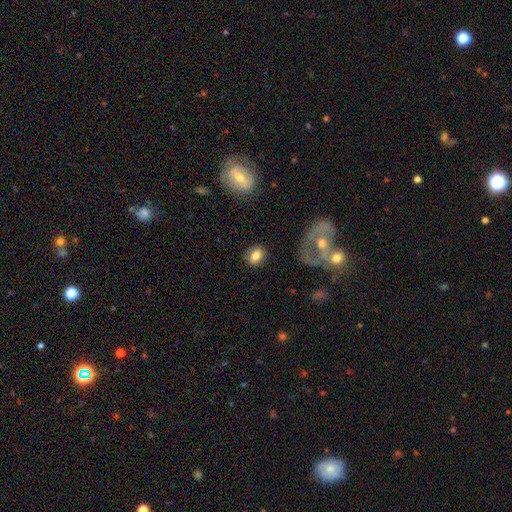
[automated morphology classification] This appears to be a smooth galaxy with no disk features (79%) that is in between round and cigar-shaped (52%). Merging: none (85%).